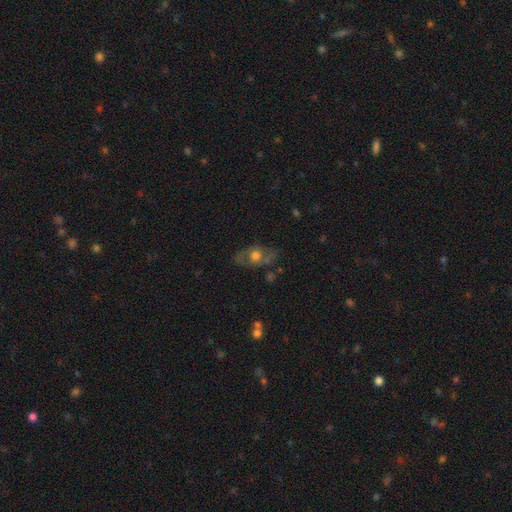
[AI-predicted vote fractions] Morphology: type=featured or disk (50%); edge-on=no (82%); merging=none (71%).